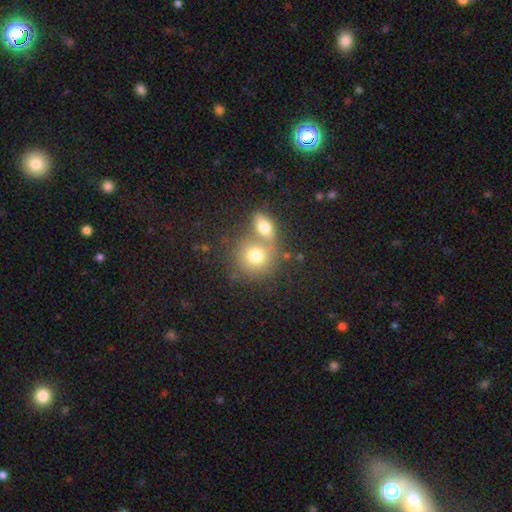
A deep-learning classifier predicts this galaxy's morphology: Overall: smooth (74%). How rounded: round (80%). Merging: merger (46%; none 42%).